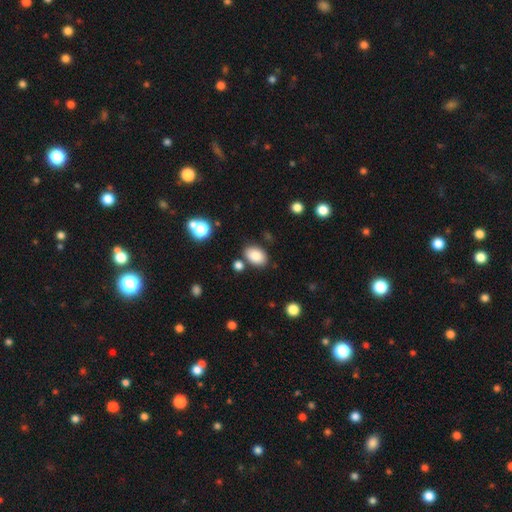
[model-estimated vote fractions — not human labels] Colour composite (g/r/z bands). It shows a smooth galaxy with no disk features (84%) that is in between round and cigar-shaped (85%). Merging: none (81%).